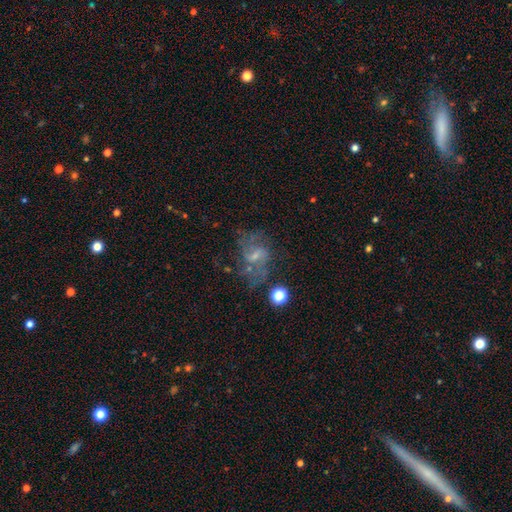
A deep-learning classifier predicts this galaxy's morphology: featured or disk 62%, smooth 22%, star or artifact 16%. Down the decision tree: edge-on disk — no (97%); bar — weak (51%); spiral arms — yes (69%); bulge size — small (54%); merging — none (46%).